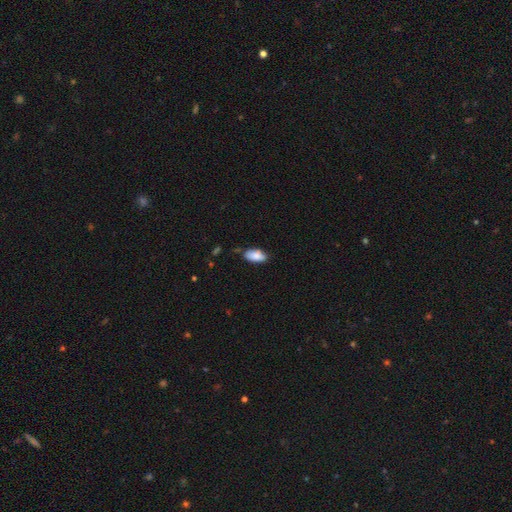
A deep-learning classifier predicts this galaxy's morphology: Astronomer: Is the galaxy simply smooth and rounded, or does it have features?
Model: smooth — 86%.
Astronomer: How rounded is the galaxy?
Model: in between — 92%.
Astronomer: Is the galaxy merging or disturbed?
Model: none — 72%.